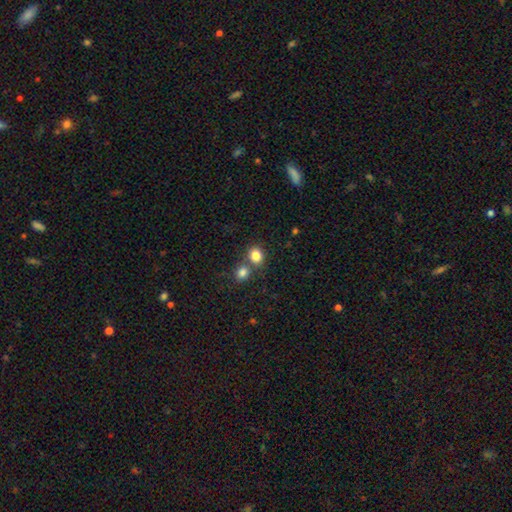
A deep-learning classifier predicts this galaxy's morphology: smooth 83%, star or artifact 11%, featured or disk 6%. Down the decision tree: how rounded — round (68%); merging — none (55%).